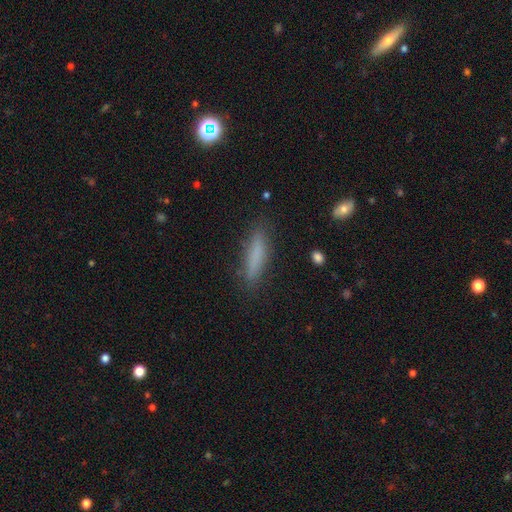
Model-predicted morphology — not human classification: Q: Smooth or featured?
A: smooth (76%); runner-up: featured or disk (15%)
Q: How rounded?
A: cigar-shaped (80%); runner-up: in between (18%)
Q: Merging?
A: none (84%); runner-up: minor disturbance (11%)